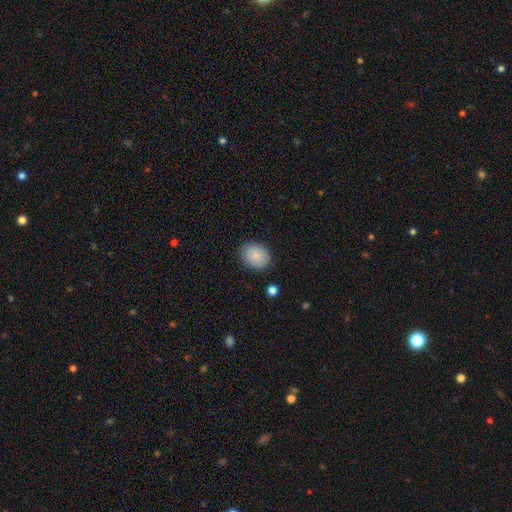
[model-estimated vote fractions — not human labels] Smooth or featured? Predicted: smooth (p=0.87). How rounded? Predicted: round (p=0.50). Merging? Predicted: none (p=0.86).